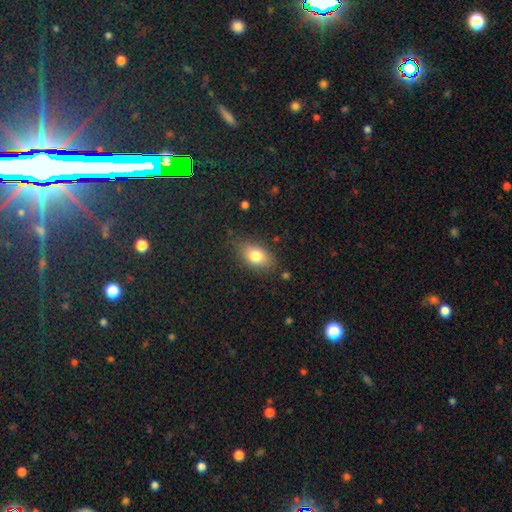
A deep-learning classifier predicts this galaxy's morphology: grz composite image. It shows a smooth galaxy with no disk features (79%) that is in between round and cigar-shaped (85%). Merging: none (79%).